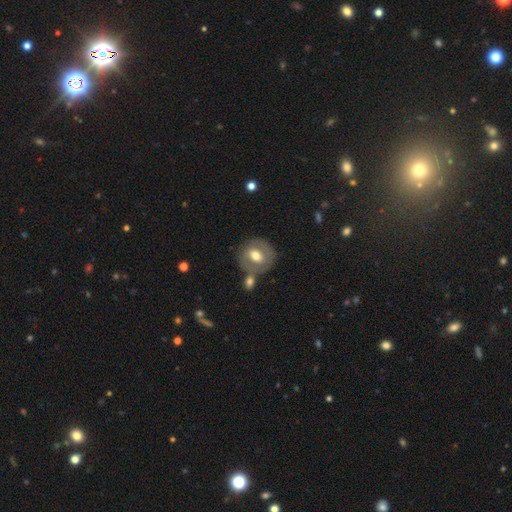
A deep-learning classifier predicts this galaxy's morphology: Q: Smooth or featured?
A: smooth (48%); runner-up: featured or disk (46%)
Q: Merging?
A: none (65%); runner-up: merger (15%)